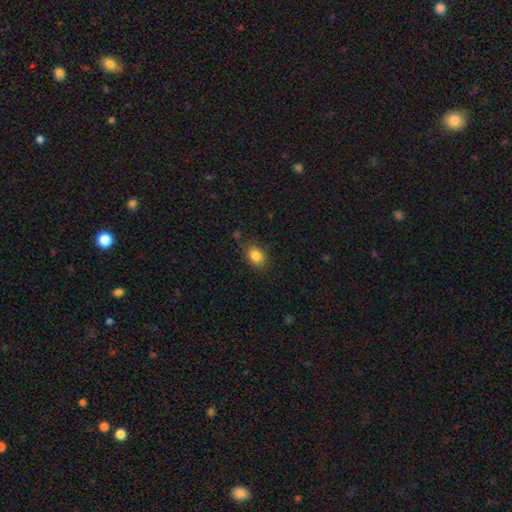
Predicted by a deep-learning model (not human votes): smooth 84%, star or artifact 10%, featured or disk 6%. Down the decision tree: how rounded — in between (66%); merging — none (80%).